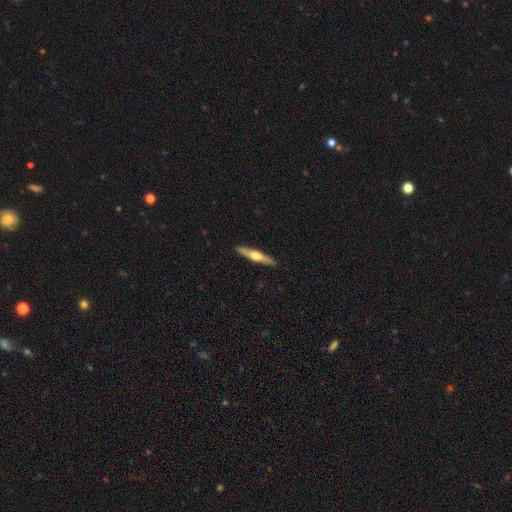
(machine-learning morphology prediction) Smooth or featured?
  - featured or disk: 60% *
  - smooth: 35%
  - star or artifact: 5%
Edge-on disk?
  - yes: 96% *
  - no: 4%
Edge-on bulge?
  - rounded: 91% *
  - none: 5%
  - boxy: 4%
Merging?
  - none: 92% *
  - minor disturbance: 6%
  - major disturbance: 1%
  - merger: 1%